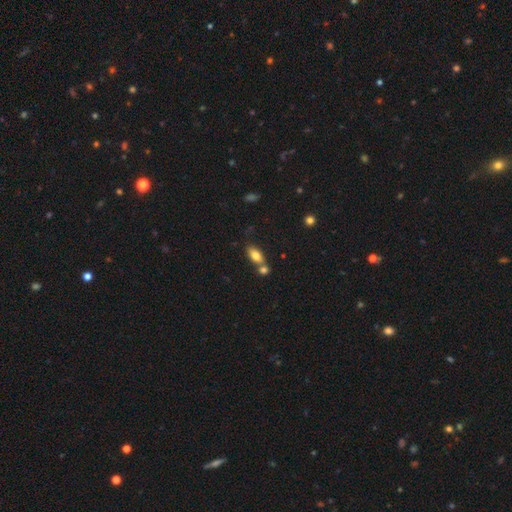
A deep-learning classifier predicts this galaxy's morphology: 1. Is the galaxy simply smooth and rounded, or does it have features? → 80% smooth, 12% featured or disk, 8% star or artifact.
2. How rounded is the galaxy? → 88% in between, 7% cigar-shaped, 5% round.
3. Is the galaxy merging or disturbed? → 54% none, 33% merger, 10% minor disturbance, 3% major disturbance.